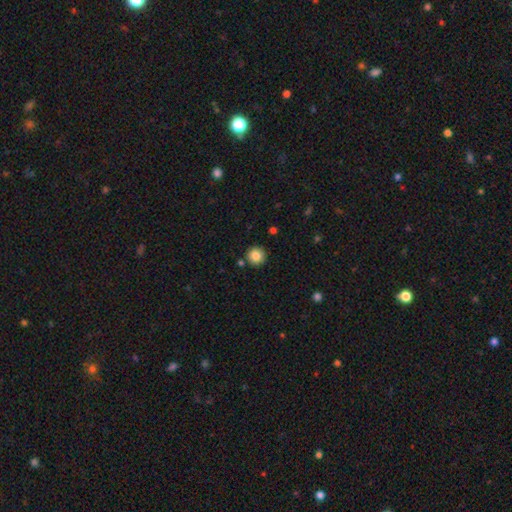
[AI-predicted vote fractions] A smooth galaxy with no disk features (85%) that is round (95%). Merging: none (89%).